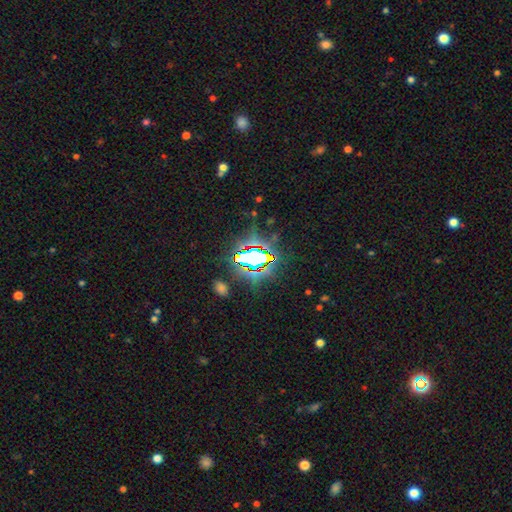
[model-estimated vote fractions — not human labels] Smooth or featured? Predicted: star or artifact (p=0.70).